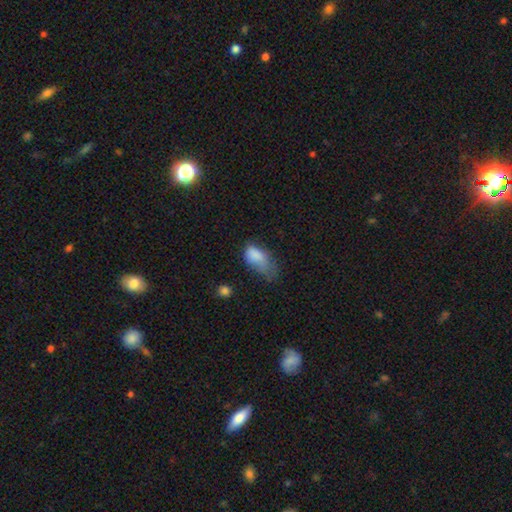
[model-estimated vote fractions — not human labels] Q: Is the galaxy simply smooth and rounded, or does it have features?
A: smooth — 79%.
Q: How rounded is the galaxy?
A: in between — 90%.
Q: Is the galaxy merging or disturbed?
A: major disturbance — 43%.